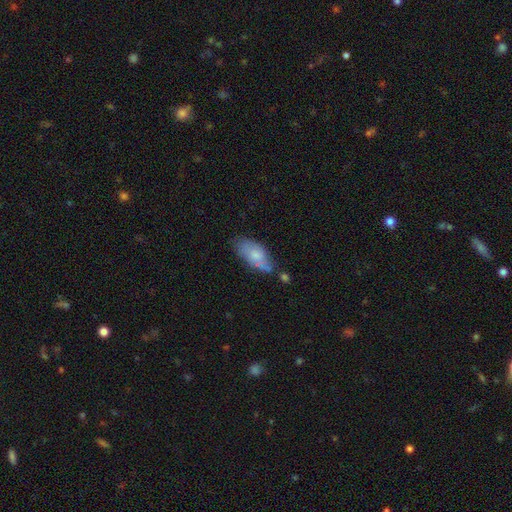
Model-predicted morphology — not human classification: Smooth or featured? smooth (67%)
How rounded? in between (87%)
Merging? none (52%)